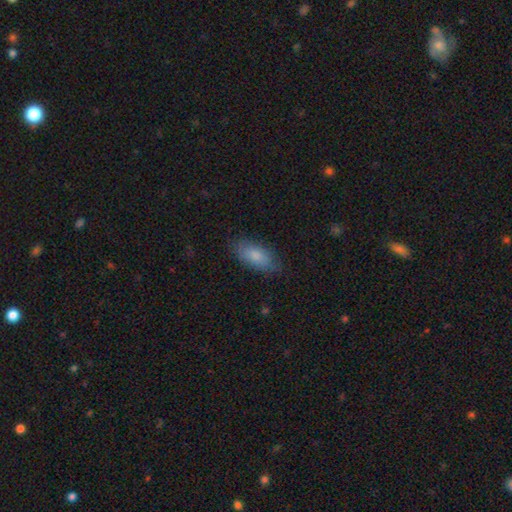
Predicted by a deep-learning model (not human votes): This is clearly a smooth galaxy (84%). How rounded: clearly in between (87%). Merging: clearly none (81%).